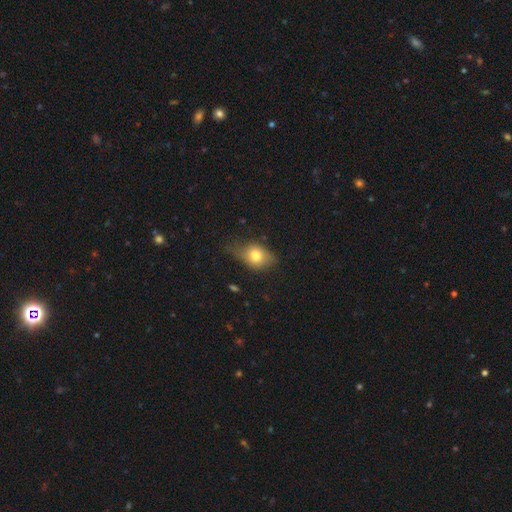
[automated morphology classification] Smooth or featured? Predicted: smooth (p=0.73). How rounded? Predicted: in between (p=0.63). Merging? Predicted: none (p=0.46).